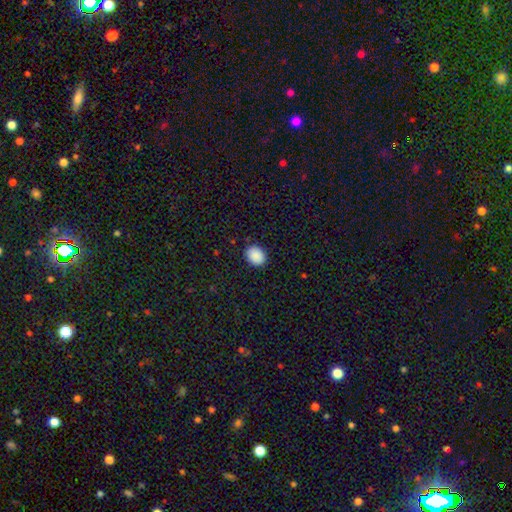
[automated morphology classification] Smooth or featured?
  - smooth: 90% *
  - star or artifact: 8%
  - featured or disk: 2%
How rounded?
  - in between: 58% *
  - round: 41%
  - cigar-shaped: 1%
Merging?
  - none: 89% *
  - minor disturbance: 8%
  - major disturbance: 2%
  - merger: 1%